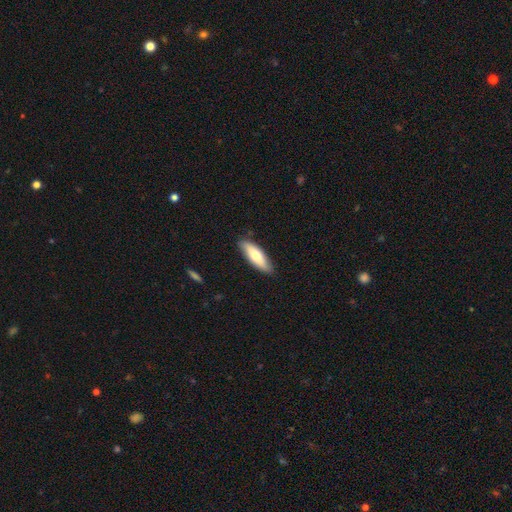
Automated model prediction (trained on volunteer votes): Smooth or featured? smooth (68%)
How rounded? in between (54%)
Merging? none (86%)